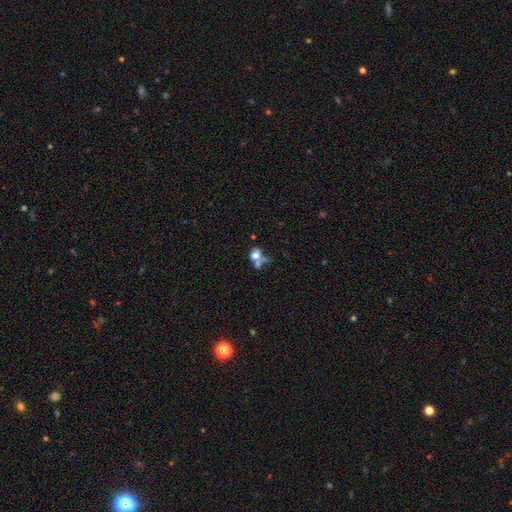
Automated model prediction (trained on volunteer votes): smooth 57%, featured or disk 26%, star or artifact 17%. Down the decision tree: how rounded — in between (52%); merging — merger (43%).